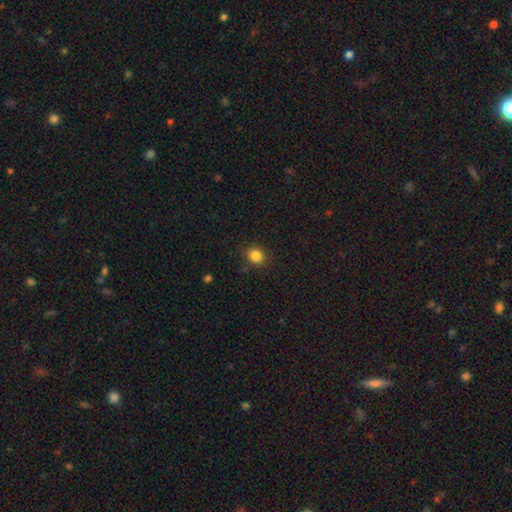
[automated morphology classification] smooth-or-featured: smooth: 84% | star or artifact: 12% | featured or disk: 4%
  how-rounded: round: 83% | in between: 16% | cigar-shaped: 1%
  merging: none: 87% | minor disturbance: 9% | major disturbance: 3% | merger: 1%